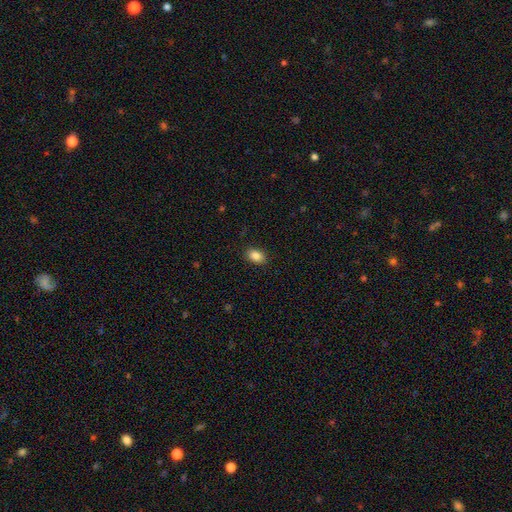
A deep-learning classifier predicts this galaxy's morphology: This appears to be a smooth galaxy with no disk features (87%) that is in between round and cigar-shaped (85%). Merging: none (89%).